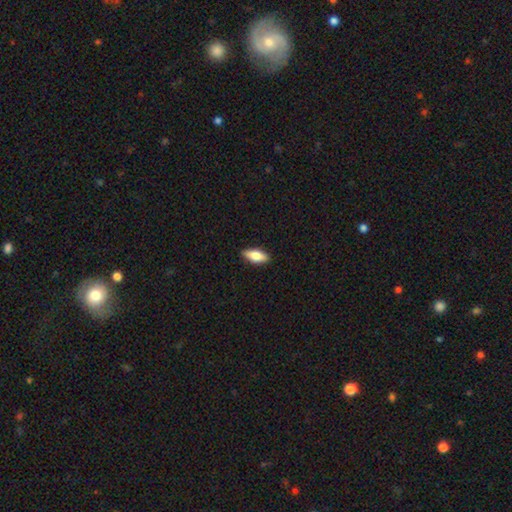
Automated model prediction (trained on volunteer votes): smooth-or-featured: smooth: 73% | featured or disk: 21% | star or artifact: 6%
  how-rounded: in between: 75% | cigar-shaped: 22% | round: 3%
  merging: none: 89% | minor disturbance: 8% | major disturbance: 2% | merger: 1%